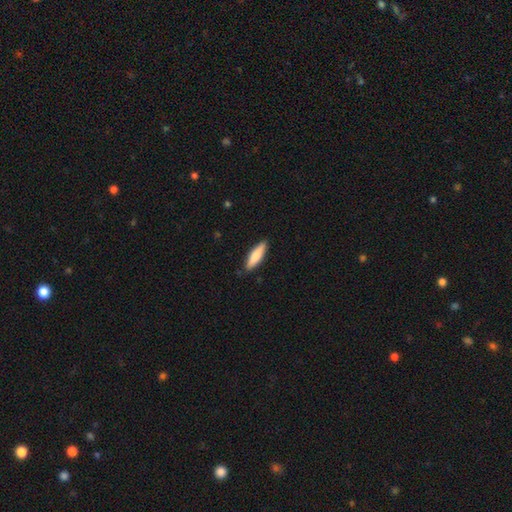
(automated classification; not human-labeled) smooth_or_featured: smooth (p=0.79) [alt: featured or disk p=0.16]
how_rounded: cigar-shaped (p=0.67) [alt: in between p=0.31]
merging: none (p=0.87) [alt: minor disturbance p=0.10]